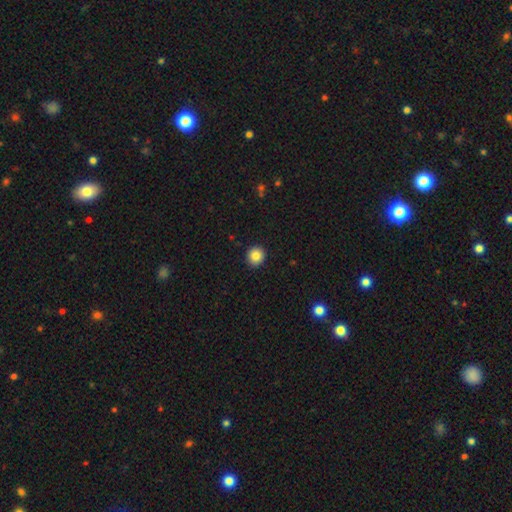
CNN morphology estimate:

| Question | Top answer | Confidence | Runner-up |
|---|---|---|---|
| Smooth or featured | smooth | 85% | star or artifact (10%) |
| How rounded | round | 91% | in between (8%) |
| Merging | none | 93% | minor disturbance (5%) |